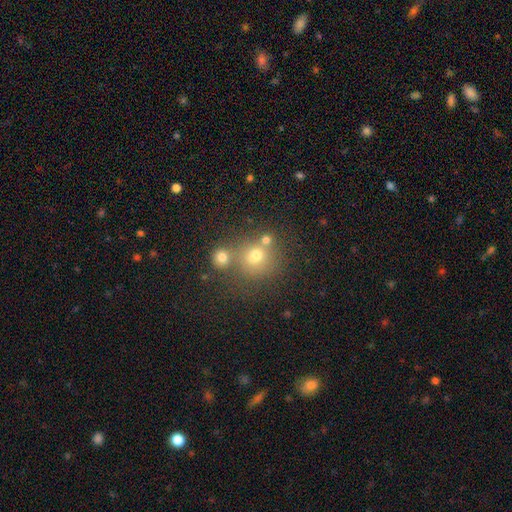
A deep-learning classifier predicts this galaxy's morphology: Smooth or featured?
  - smooth: 65% *
  - star or artifact: 20%
  - featured or disk: 15%
How rounded?
  - round: 84% *
  - in between: 15%
  - cigar-shaped: 1%
Merging?
  - none: 54% *
  - merger: 32%
  - minor disturbance: 10%
  - major disturbance: 5%